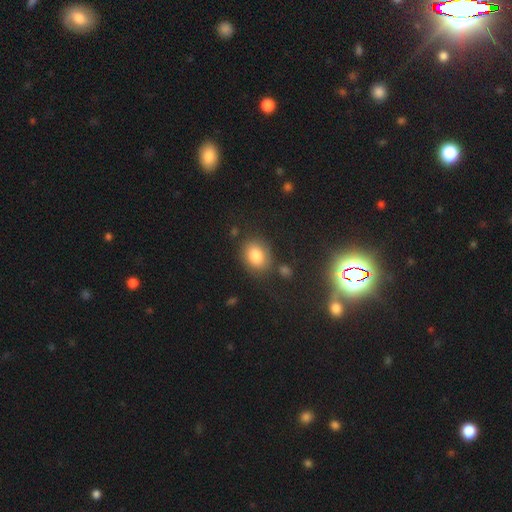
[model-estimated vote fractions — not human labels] Morphology: type=smooth (81%); roundness=in between (50%); merging=none (76%).